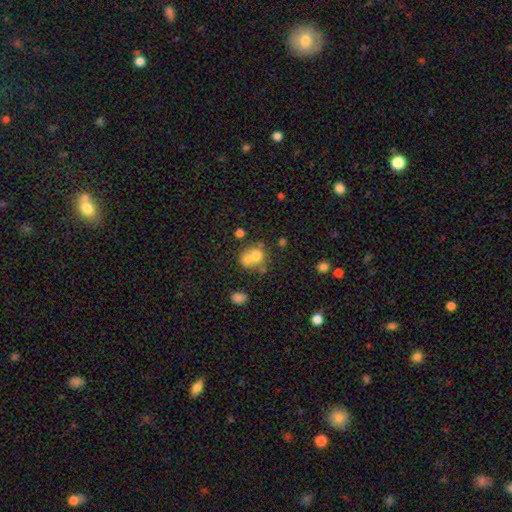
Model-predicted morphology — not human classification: Smooth or featured?
  - smooth: 67% *
  - featured or disk: 21%
  - star or artifact: 12%
How rounded?
  - round: 74% *
  - in between: 26%
  - cigar-shaped: 1%
Merging?
  - merger: 56% *
  - none: 31%
  - minor disturbance: 8%
  - major disturbance: 4%